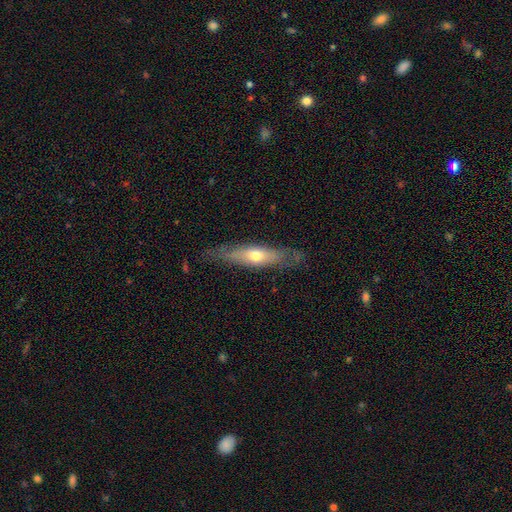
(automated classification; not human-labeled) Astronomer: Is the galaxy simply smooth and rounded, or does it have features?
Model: smooth — 48% (runner-up: featured or disk, 46%).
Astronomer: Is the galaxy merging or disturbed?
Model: none — 73%.